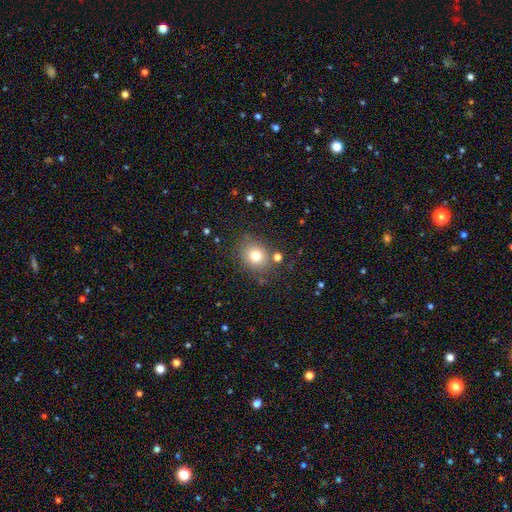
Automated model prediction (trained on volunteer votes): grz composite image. It shows a smooth galaxy with no disk features (76%) that is round (72%). Merging: none (80%).